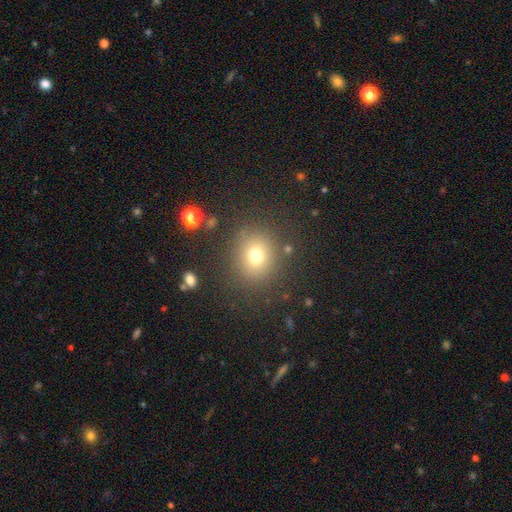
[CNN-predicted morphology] smooth 72%, star or artifact 17%, featured or disk 10%. Down the decision tree: how rounded — round (78%); merging — none (84%).